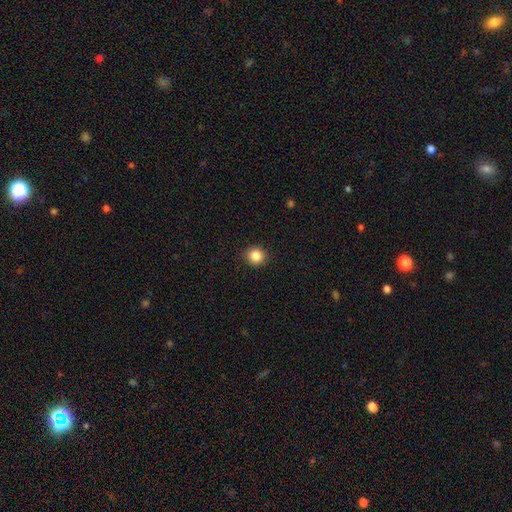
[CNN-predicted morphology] This appears to be a smooth galaxy with no disk features (85%) that is round (90%). Merging: none (92%).